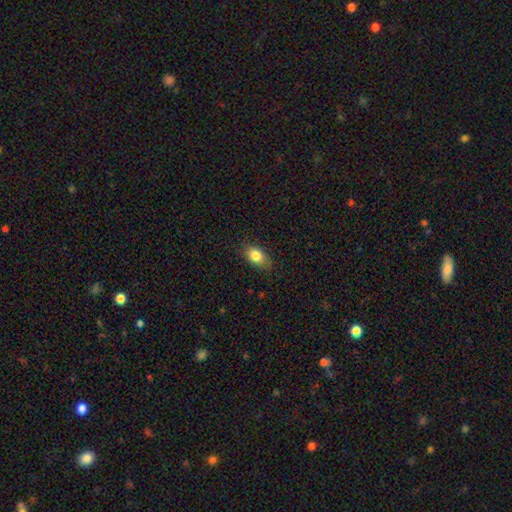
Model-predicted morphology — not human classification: smooth_or_featured: smooth (p=0.83) [alt: featured or disk p=0.09]
how_rounded: in between (p=0.82) [alt: round p=0.15]
merging: none (p=0.79) [alt: minor disturbance p=0.16]